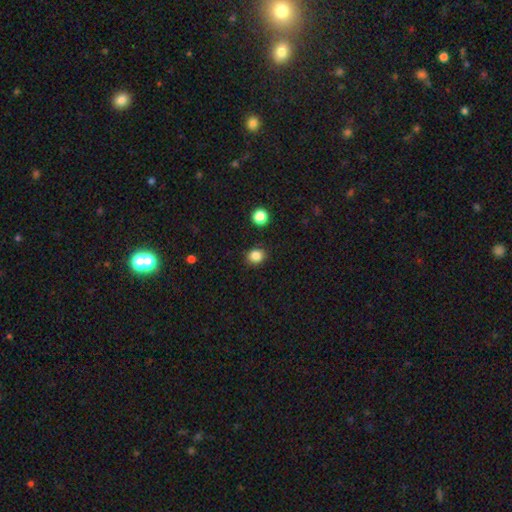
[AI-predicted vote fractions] Overall: smooth (85%). How rounded: round (72%). Merging: none (88%).